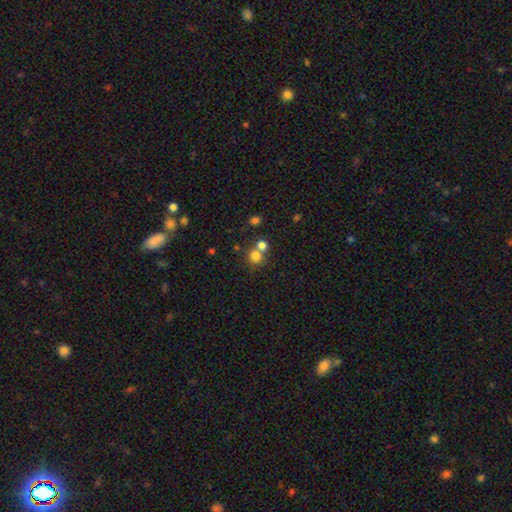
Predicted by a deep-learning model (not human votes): This is likely a smooth galaxy (77%). How rounded: clearly round (89%). Merging: possibly none (51%).